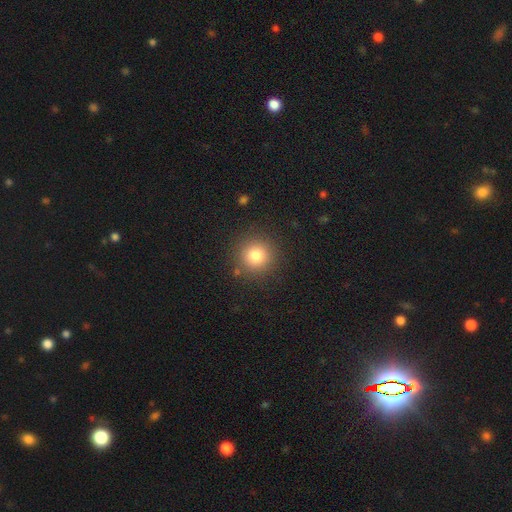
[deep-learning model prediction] A smooth galaxy with no disk features (80%) that is round (94%).

Vote fractions:
- Smooth or featured? smooth: 80% / star or artifact: 13% / featured or disk: 8%
- How rounded? round: 94% / in between: 5% / cigar-shaped: 1%
- Merging? none: 88% / minor disturbance: 7% / major disturbance: 3% / merger: 2%